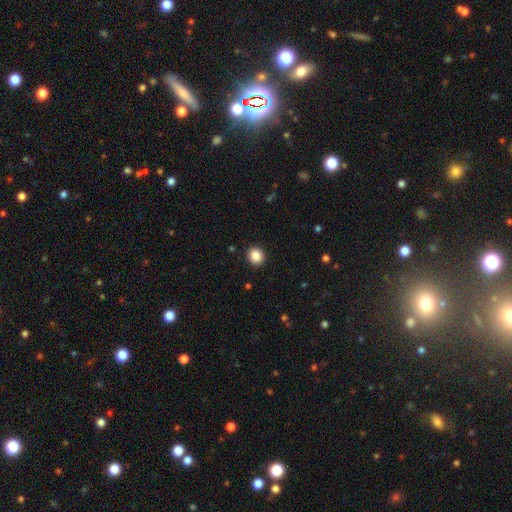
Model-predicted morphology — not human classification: Overall: smooth (86%). How rounded: round (83%). Merging: none (92%).